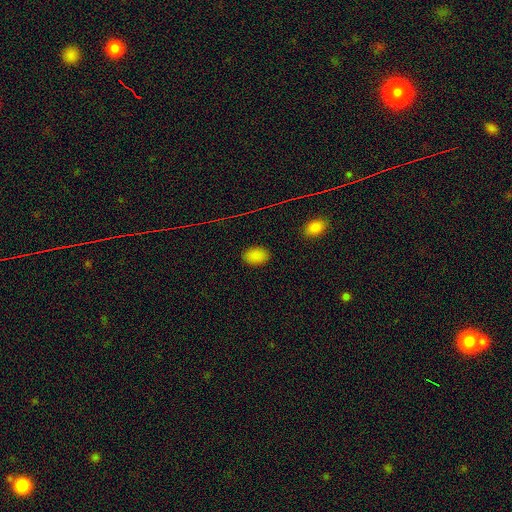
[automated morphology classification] Smooth or featured: smooth — 82% (star or artifact — 14%)
How rounded: in between — 74% (round — 25%)
Merging: none — 88% (minor disturbance — 9%)